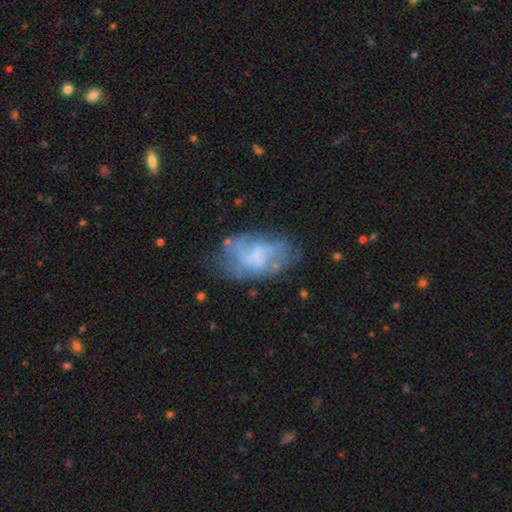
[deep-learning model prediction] The model was most divided on "spiral arms": yes: 54%, no: 46%. Remaining: edge-on disk — no (96%); bar — no (61%); smooth or featured — featured or disk (59%); merging — none (52%); bulge size — none (43%).